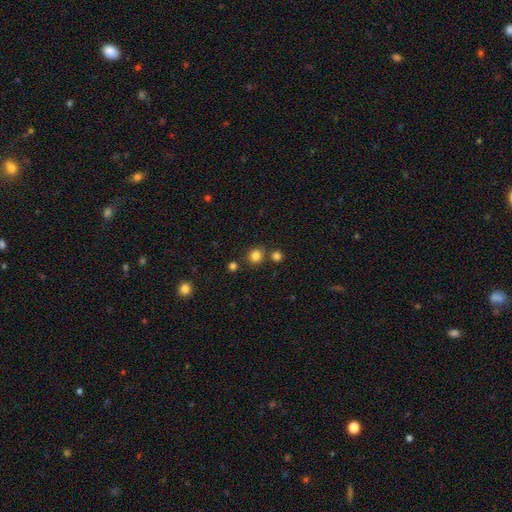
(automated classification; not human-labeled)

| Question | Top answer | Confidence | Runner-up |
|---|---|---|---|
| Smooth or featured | smooth | 82% | star or artifact (13%) |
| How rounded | round | 83% | in between (17%) |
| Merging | none | 77% | merger (10%) |